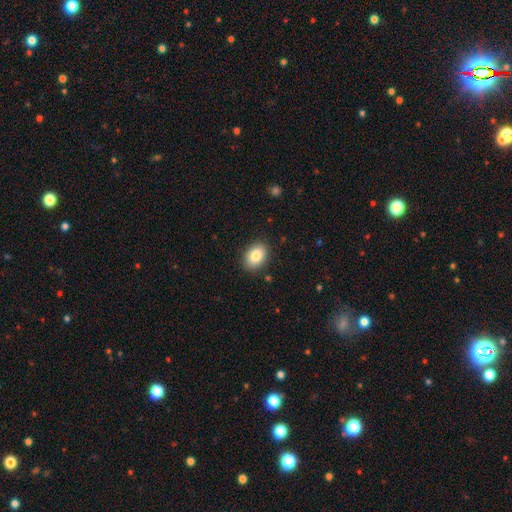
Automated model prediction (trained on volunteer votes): This is clearly a smooth galaxy (85%). How rounded: likely in between (77%). Merging: clearly none (88%).